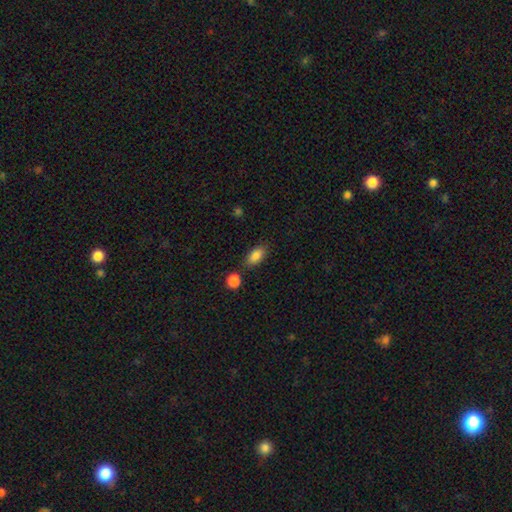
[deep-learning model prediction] Smooth or featured?
  - smooth: 86% *
  - star or artifact: 8%
  - featured or disk: 6%
How rounded?
  - in between: 88% *
  - cigar-shaped: 7%
  - round: 5%
Merging?
  - none: 76% *
  - minor disturbance: 12%
  - merger: 9%
  - major disturbance: 3%